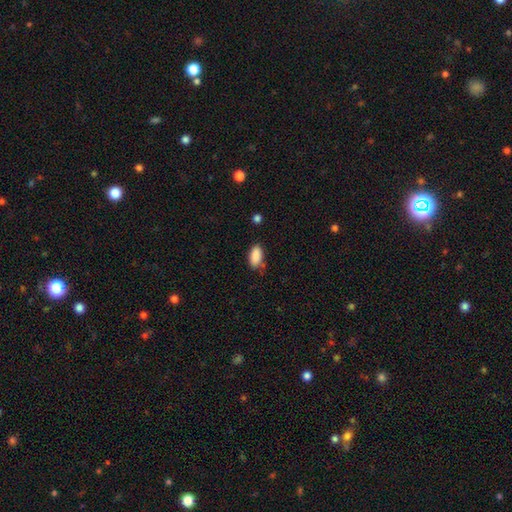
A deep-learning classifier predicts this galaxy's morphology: Smooth or featured? Predicted: smooth (p=0.89). How rounded? Predicted: in between (p=0.92). Merging? Predicted: none (p=0.75).